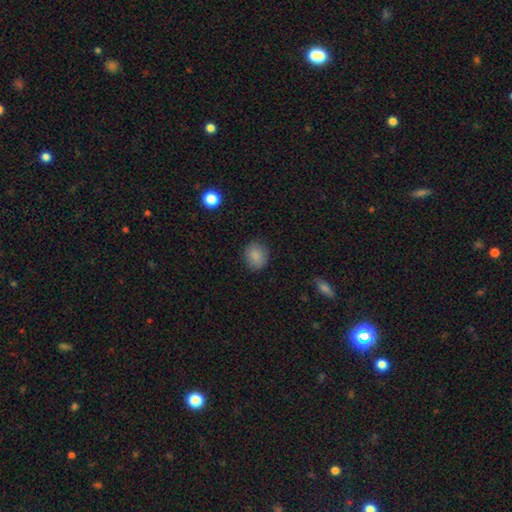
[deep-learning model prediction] Smooth or featured?
  - smooth: 86% *
  - star or artifact: 9%
  - featured or disk: 5%
How rounded?
  - round: 61% *
  - in between: 38%
  - cigar-shaped: 1%
Merging?
  - none: 86% *
  - minor disturbance: 10%
  - major disturbance: 3%
  - merger: 1%